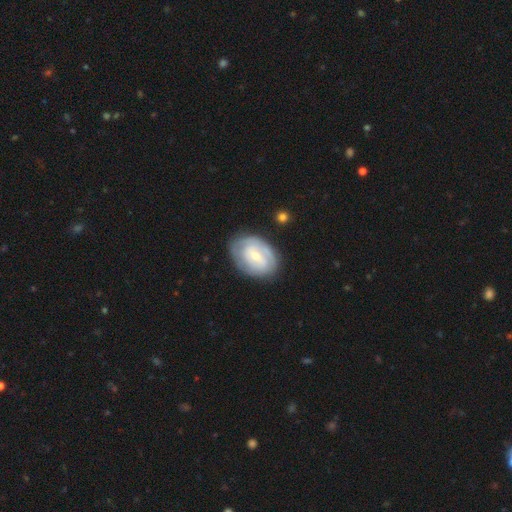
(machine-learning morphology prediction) type=featured or disk (67%); edge-on=no (96%); bar=weak (45%); spiral arms=yes (74%); bulge=small (57%); merging=none (73%).